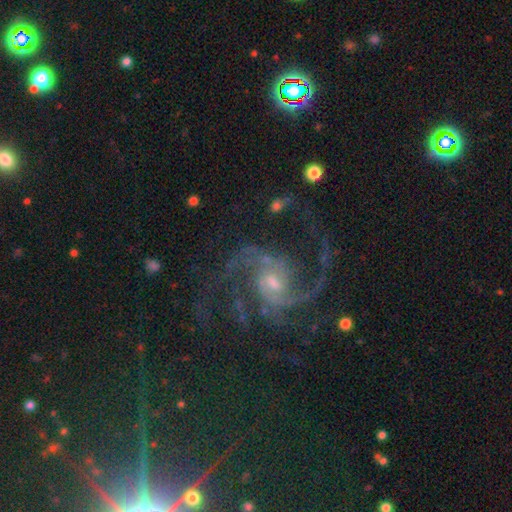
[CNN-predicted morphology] A featured or disk galaxy (87%) with no bar (57%), 2 (56%) medium (59%) spiral arms (98%) and a small central bulge (56%). Merging: none (73%).